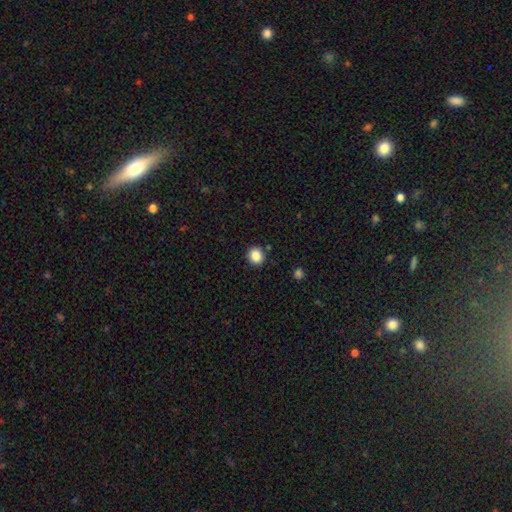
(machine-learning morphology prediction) A smooth galaxy with no disk features (86%) that is round (77%).

Vote fractions:
- Smooth or featured? smooth: 86% / star or artifact: 10% / featured or disk: 4%
- How rounded? round: 77% / in between: 22% / cigar-shaped: 1%
- Merging? none: 90% / minor disturbance: 6% / major disturbance: 2% / merger: 2%